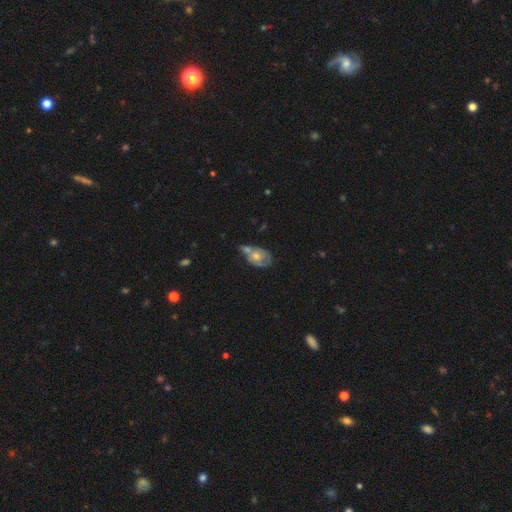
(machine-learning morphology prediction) smooth-or-featured: featured or disk: 50% | smooth: 43% | star or artifact: 7%
  disk-edge-on: no: 94% | yes: 6%
  merging: merger: 38% | none: 26% | minor disturbance: 23% | major disturbance: 13%